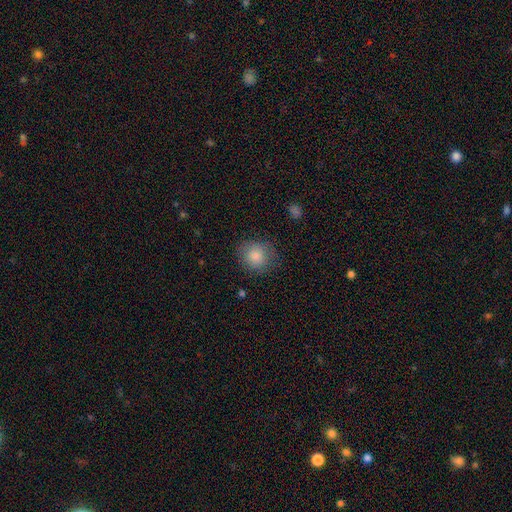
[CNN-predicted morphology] Smooth or featured: smooth — 85% (star or artifact — 8%)
How rounded: round — 79% (in between — 20%)
Merging: none — 78% (minor disturbance — 15%)